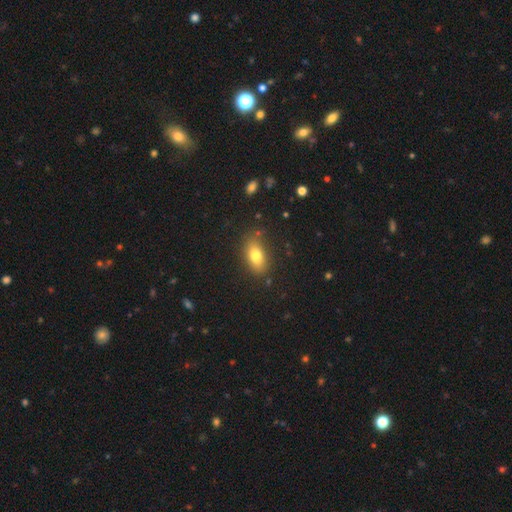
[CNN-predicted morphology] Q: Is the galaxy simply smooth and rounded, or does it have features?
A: smooth — 79%.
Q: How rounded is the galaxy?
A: in between — 86%.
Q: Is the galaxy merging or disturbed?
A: none — 81%.